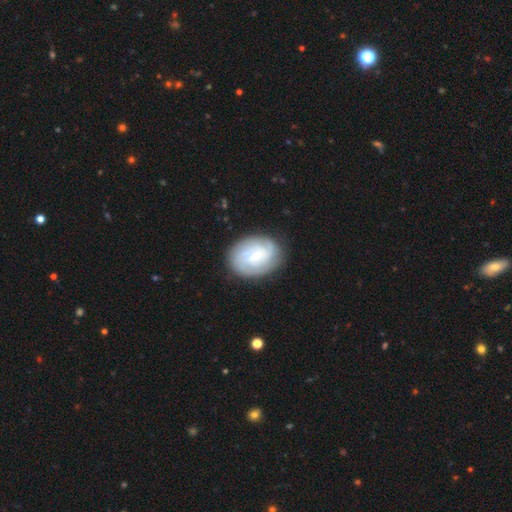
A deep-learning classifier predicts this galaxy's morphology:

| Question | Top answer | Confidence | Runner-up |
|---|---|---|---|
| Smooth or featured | featured or disk | 73% | smooth (21%) |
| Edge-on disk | no | 97% | yes (3%) |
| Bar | no | 46% | weak (45%) |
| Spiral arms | yes | 91% | no (9%) |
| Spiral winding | tight | 68% | medium (25%) |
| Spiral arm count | can't tell | 38% | 2 (23%) |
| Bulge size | small | 66% | moderate (29%) |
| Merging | none | 82% | minor disturbance (13%) |